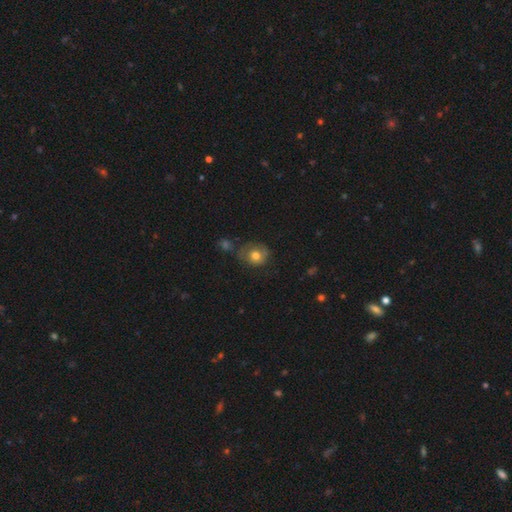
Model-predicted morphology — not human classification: smooth_or_featured: smooth (p=0.73) [alt: featured or disk p=0.17]
how_rounded: round (p=0.74) [alt: in between p=0.25]
merging: none (p=0.51) [alt: minor disturbance p=0.26]